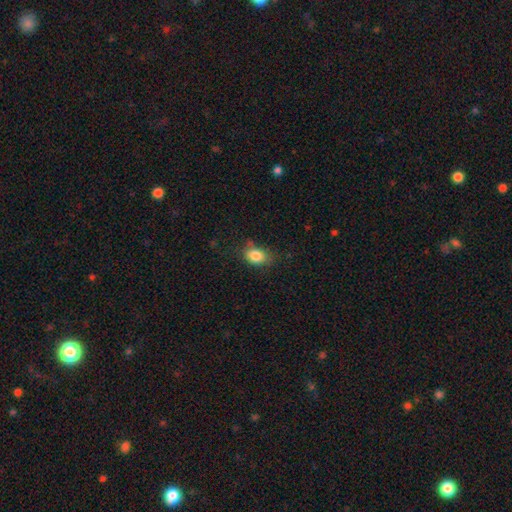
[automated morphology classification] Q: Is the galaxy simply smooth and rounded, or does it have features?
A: smooth — 84%.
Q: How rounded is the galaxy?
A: in between — 66%.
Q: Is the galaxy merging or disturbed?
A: none — 61%.